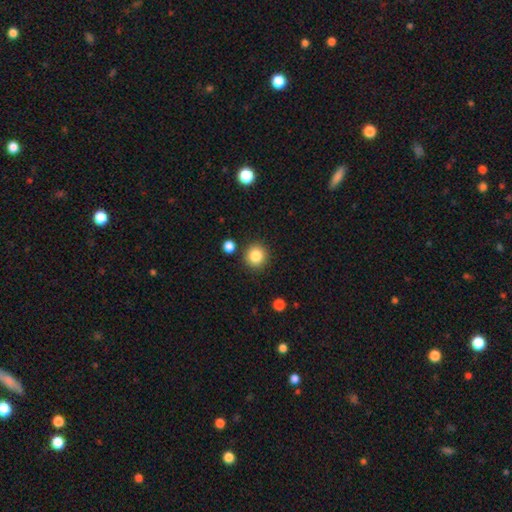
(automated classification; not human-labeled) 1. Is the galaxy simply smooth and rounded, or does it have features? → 85% smooth, 10% star or artifact, 5% featured or disk.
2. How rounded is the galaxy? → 91% round, 8% in between, 1% cigar-shaped.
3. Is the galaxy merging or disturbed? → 88% none, 7% minor disturbance, 3% merger, 2% major disturbance.